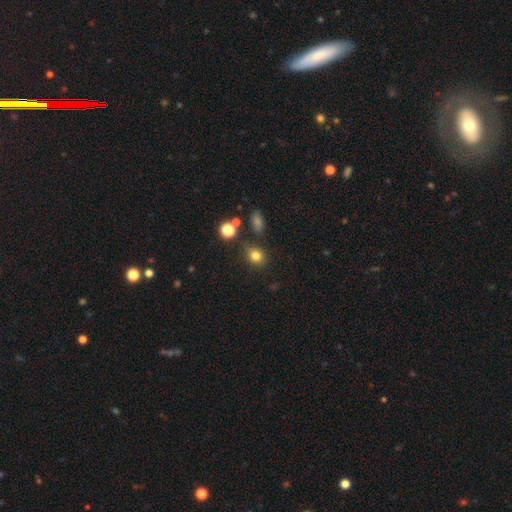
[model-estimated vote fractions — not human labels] Smooth or featured? Predicted: smooth (p=0.79). How rounded? Predicted: round (p=0.70). Merging? Predicted: none (p=0.80).